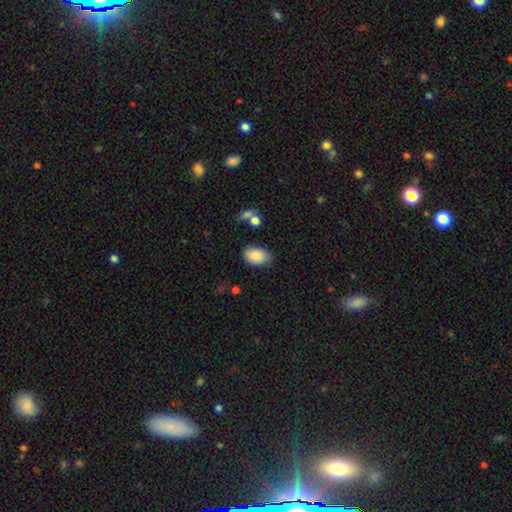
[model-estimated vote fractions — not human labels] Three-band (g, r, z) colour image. It shows a smooth galaxy with no disk features (85%) that is in between round and cigar-shaped (91%). Merging: none (70%).